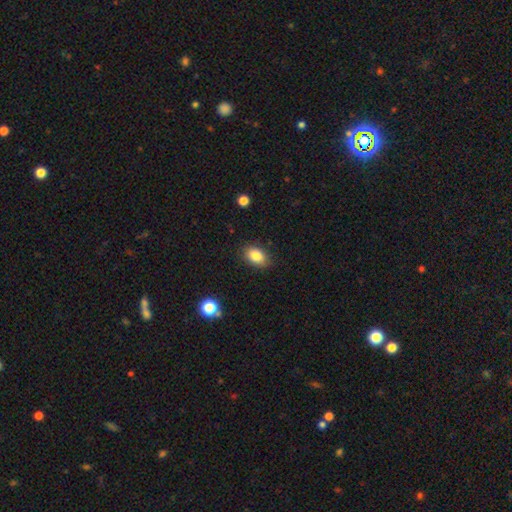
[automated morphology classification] A smooth galaxy with no disk features (84%) that is in between round and cigar-shaped (81%).

Vote fractions:
- Smooth or featured? smooth: 84% / star or artifact: 9% / featured or disk: 7%
- How rounded? in between: 81% / round: 17% / cigar-shaped: 1%
- Merging? none: 83% / minor disturbance: 13% / major disturbance: 3% / merger: 1%